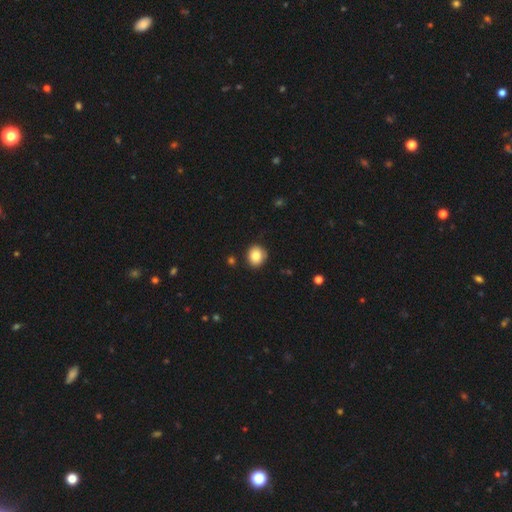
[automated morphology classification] A smooth galaxy with no disk features (85%) that is round (76%). Merging: none (86%).